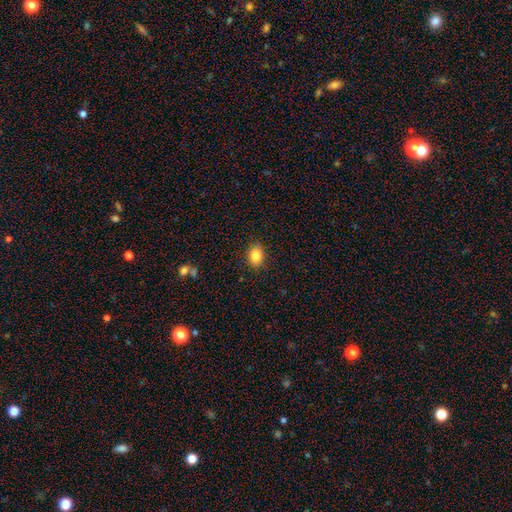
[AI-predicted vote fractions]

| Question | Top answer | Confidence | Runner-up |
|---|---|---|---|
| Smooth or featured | smooth | 85% | star or artifact (9%) |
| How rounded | in between | 65% | round (34%) |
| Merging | none | 88% | minor disturbance (9%) |